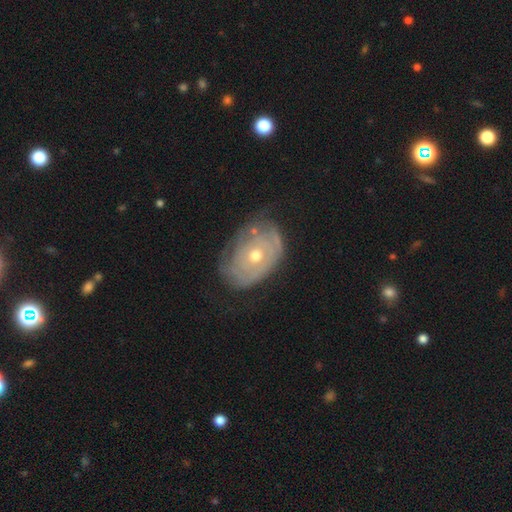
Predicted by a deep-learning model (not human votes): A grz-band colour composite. It shows a featured or disk galaxy (73%) with no bar (88%), spiral arms (67%) and a moderate central bulge (64%). Merging: none (62%).